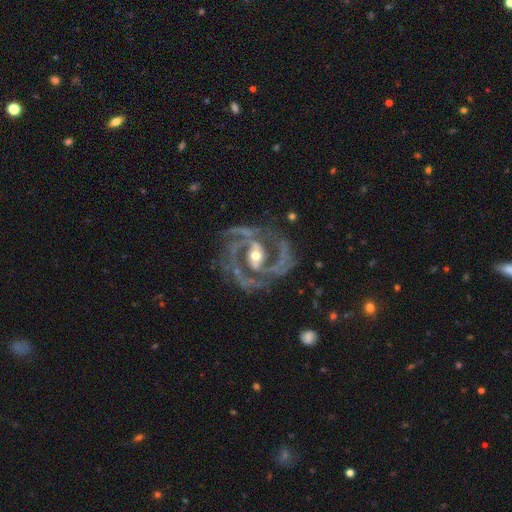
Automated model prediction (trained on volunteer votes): This appears to be a featured or disk galaxy (92%) with a strong bar (48%), 2 (67%) medium (53%) spiral arms (97%) and a moderate central bulge (65%). Merging: none (67%).